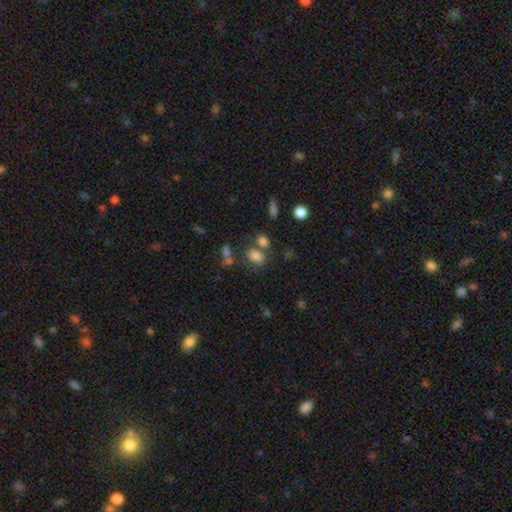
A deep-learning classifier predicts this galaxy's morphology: smooth-or-featured: smooth: 79% | star or artifact: 13% | featured or disk: 8%
  how-rounded: in between: 69% | round: 30% | cigar-shaped: 1%
  merging: none: 56% | merger: 25% | minor disturbance: 13% | major disturbance: 7%